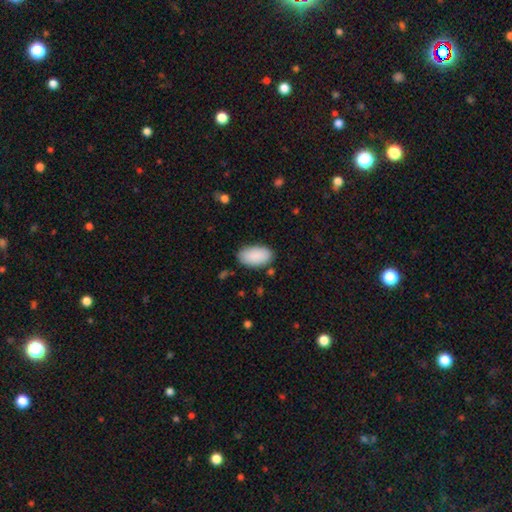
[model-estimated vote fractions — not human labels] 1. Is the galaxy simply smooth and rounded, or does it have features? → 90% smooth, 6% star or artifact, 5% featured or disk.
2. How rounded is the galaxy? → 96% in between, 3% round, 2% cigar-shaped.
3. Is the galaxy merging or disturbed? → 84% none, 11% minor disturbance, 3% major disturbance, 2% merger.